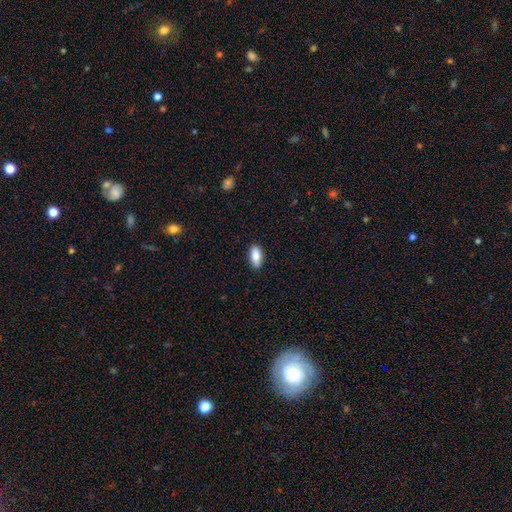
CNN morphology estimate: type=smooth (83%); roundness=in between (86%); merging=none (88%).